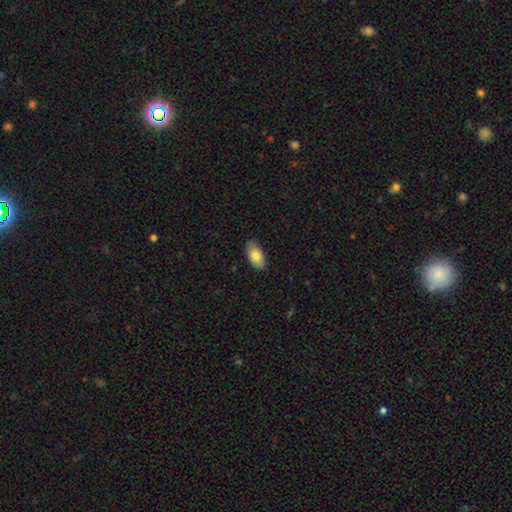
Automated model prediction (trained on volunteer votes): This appears to be a smooth galaxy with no disk features (80%) that is in between round and cigar-shaped (94%). Merging: none (86%).